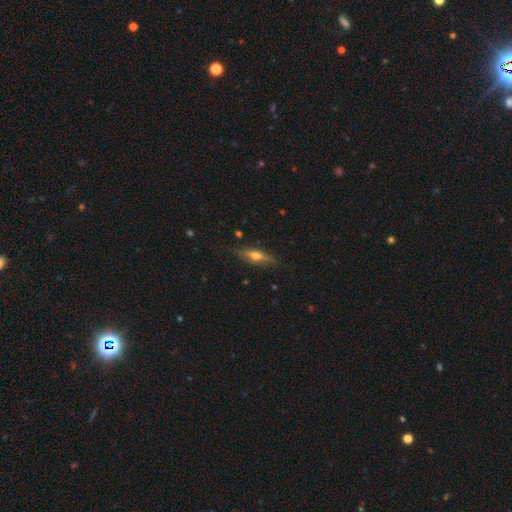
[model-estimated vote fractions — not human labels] This is possibly a featured or disk galaxy (56%). It is clearly viewed edge-on (91%). Edge-on bulge: clearly rounded (88%). Merging: clearly none (83%).